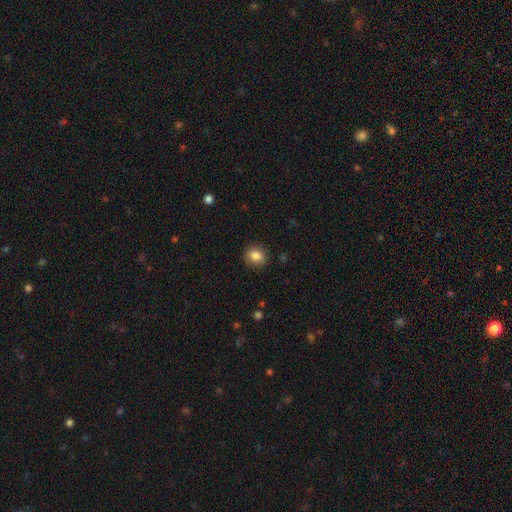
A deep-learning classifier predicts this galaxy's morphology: smooth_or_featured: smooth (p=0.85) [alt: star or artifact p=0.09]
how_rounded: round (p=0.78) [alt: in between p=0.21]
merging: none (p=0.89) [alt: minor disturbance p=0.08]